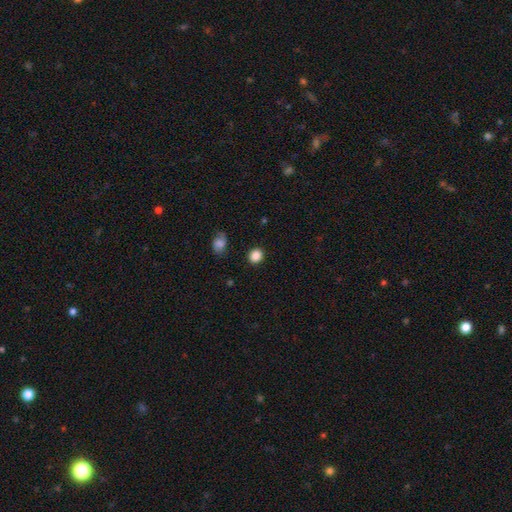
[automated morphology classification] Overall: smooth (87%). How rounded: round (80%). Merging: none (88%).